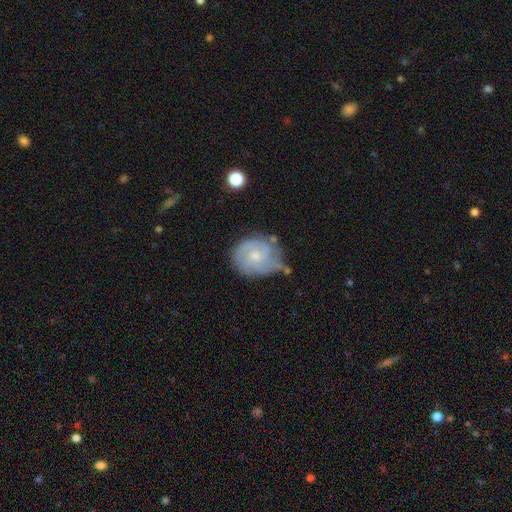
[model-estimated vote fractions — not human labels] featured or disk 66%, smooth 27%, star or artifact 7%. Down the decision tree: edge-on disk — no (97%); bar — no (68%); spiral arms — yes (87%); spiral arm count — 2 (40%); spiral winding — tight (56%); bulge size — small (50%); merging — none (56%).